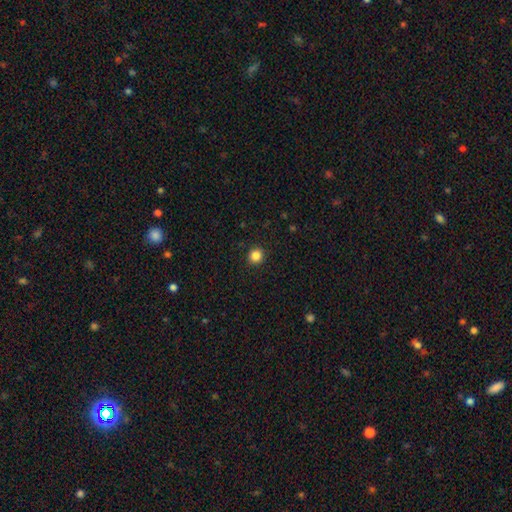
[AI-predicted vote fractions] A smooth galaxy with no disk features (85%) that is round (91%). Merging: none (92%).